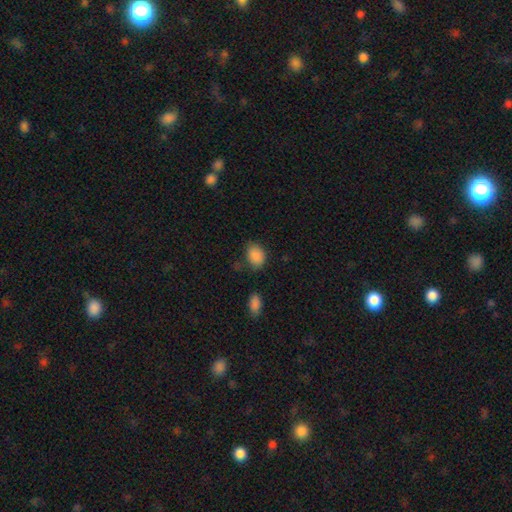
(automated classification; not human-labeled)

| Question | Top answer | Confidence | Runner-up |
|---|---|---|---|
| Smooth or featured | smooth | 87% | star or artifact (9%) |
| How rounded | in between | 67% | round (32%) |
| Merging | none | 68% | minor disturbance (22%) |